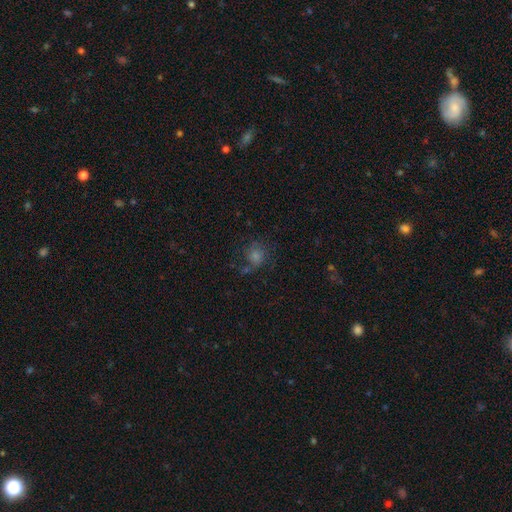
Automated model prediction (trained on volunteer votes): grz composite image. It shows a smooth galaxy with no disk features (42%). Merging: none (63%).